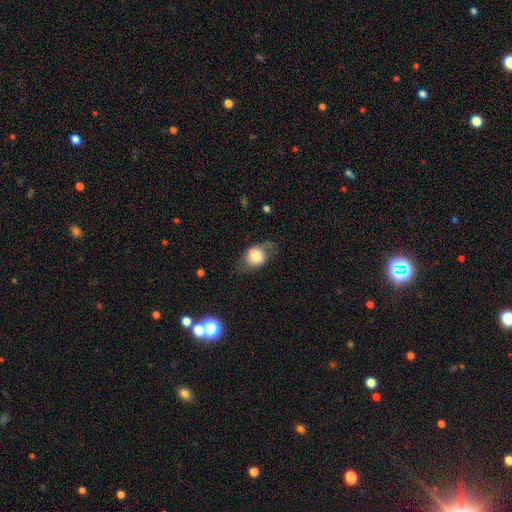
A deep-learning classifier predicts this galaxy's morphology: Smooth or featured? Predicted: smooth (p=0.59). How rounded? Predicted: in between (p=0.61). Merging? Predicted: none (p=0.52).